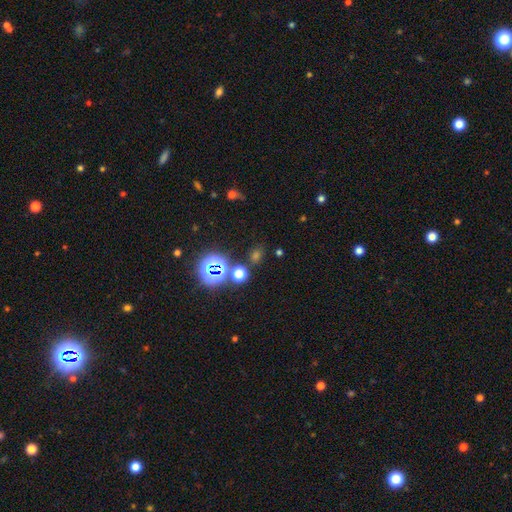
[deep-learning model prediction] The model was most divided on "smooth or featured": star or artifact: 51%, smooth: 42%, featured or disk: 7%.